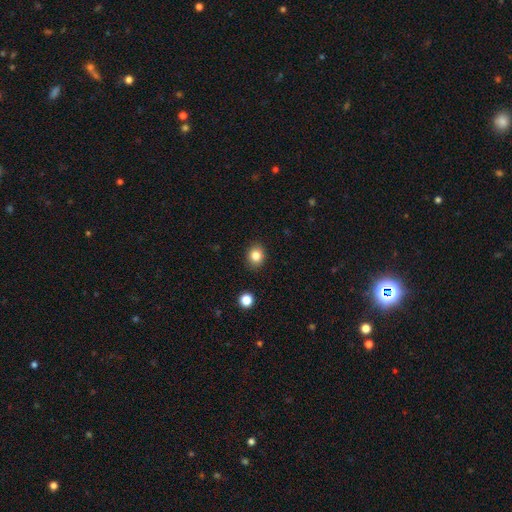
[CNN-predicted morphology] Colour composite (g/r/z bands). It shows a smooth galaxy with no disk features (83%) that is round (67%). Merging: none (89%).